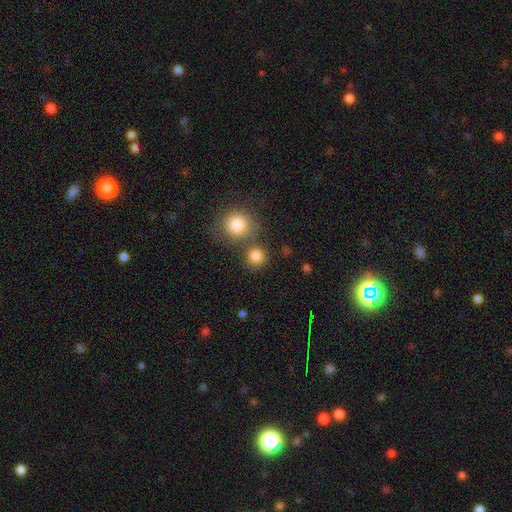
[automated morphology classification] smooth-or-featured: smooth: 84% | star or artifact: 11% | featured or disk: 5%
  how-rounded: round: 91% | in between: 8% | cigar-shaped: 1%
  merging: none: 68% | merger: 21% | minor disturbance: 7% | major disturbance: 3%